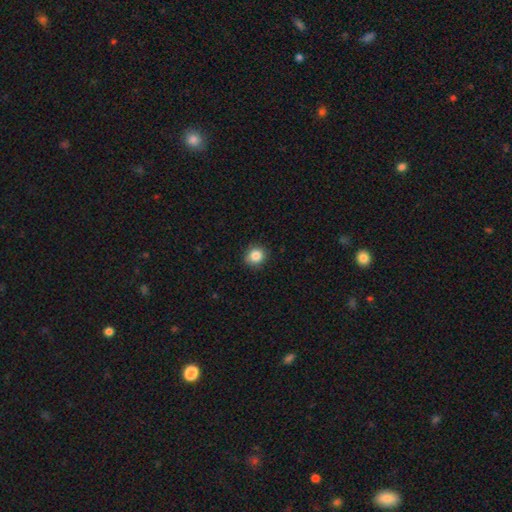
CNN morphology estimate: type=smooth (85%); roundness=round (84%); merging=none (89%).